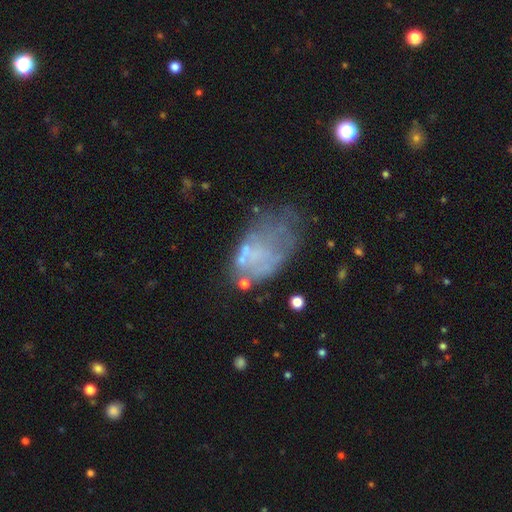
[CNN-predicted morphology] Overall: featured or disk (48%; smooth 36%). Merging: none (33%; major disturbance 31%).